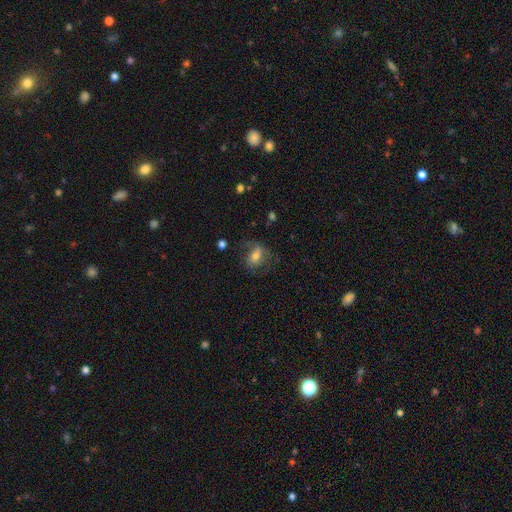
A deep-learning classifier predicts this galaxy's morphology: type=smooth (51%); roundness=in between (66%); merging=none (57%).